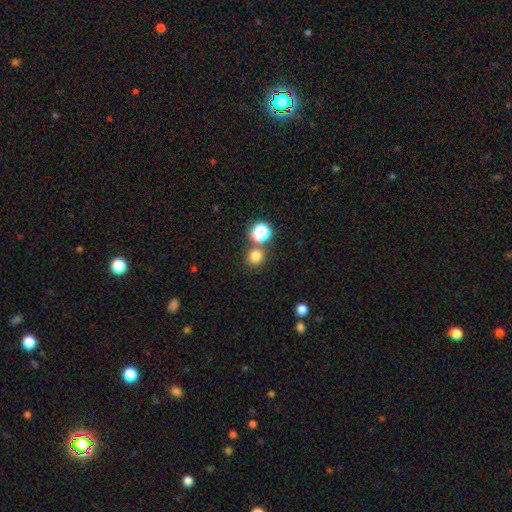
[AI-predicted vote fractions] Smooth or featured: smooth — 77% (star or artifact — 18%)
How rounded: round — 89% (in between — 10%)
Merging: none — 74% (merger — 16%)